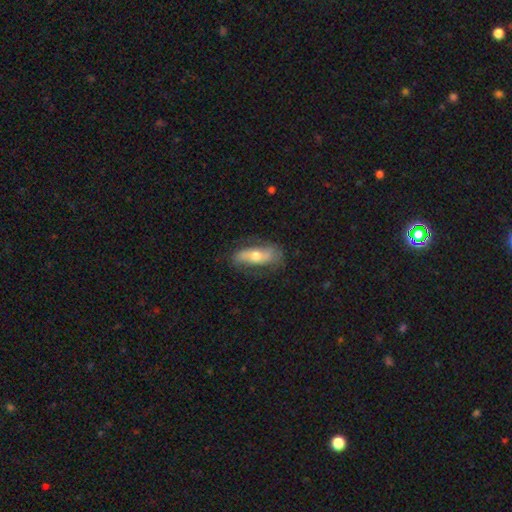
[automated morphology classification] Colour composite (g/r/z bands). It shows a featured or disk galaxy (50%). Merging: none (70%).